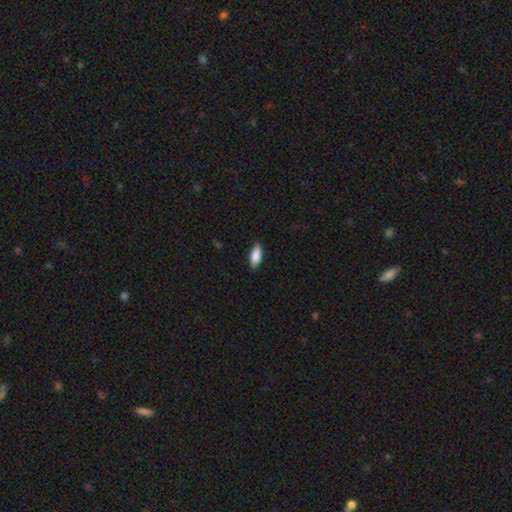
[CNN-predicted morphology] smooth 87%, featured or disk 7%, star or artifact 6%. Down the decision tree: how rounded — in between (83%); merging — none (88%).